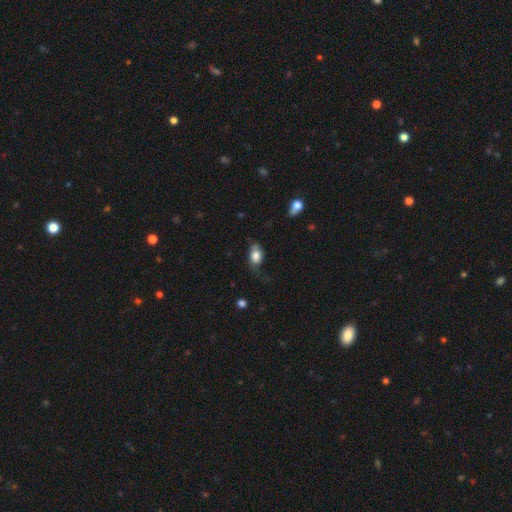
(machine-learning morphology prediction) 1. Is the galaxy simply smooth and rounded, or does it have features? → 78% smooth, 15% featured or disk, 7% star or artifact.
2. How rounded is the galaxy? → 83% in between, 14% round, 3% cigar-shaped.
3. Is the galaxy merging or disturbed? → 45% none, 33% minor disturbance, 20% major disturbance, 2% merger.